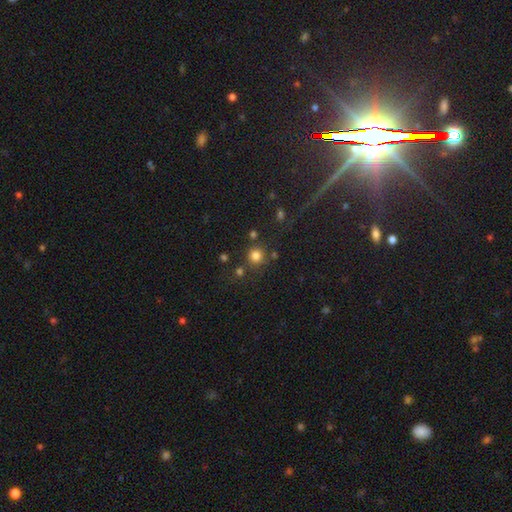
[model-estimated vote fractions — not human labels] Smooth or featured?
  - smooth: 79% *
  - star or artifact: 16%
  - featured or disk: 6%
How rounded?
  - round: 92% *
  - in between: 7%
  - cigar-shaped: 1%
Merging?
  - none: 79% *
  - merger: 9%
  - minor disturbance: 8%
  - major disturbance: 4%